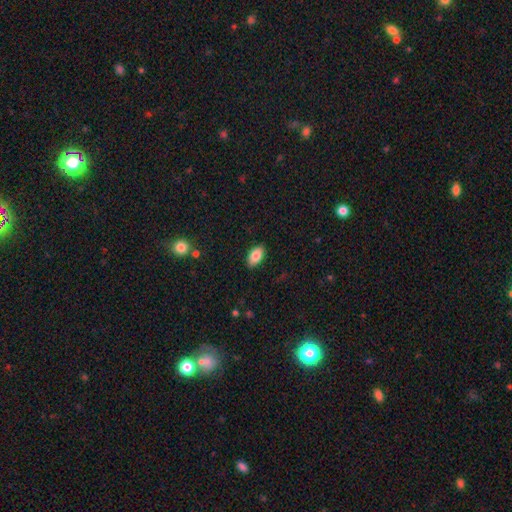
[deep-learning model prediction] Morphology: type=smooth (83%); roundness=in between (93%); merging=none (87%).